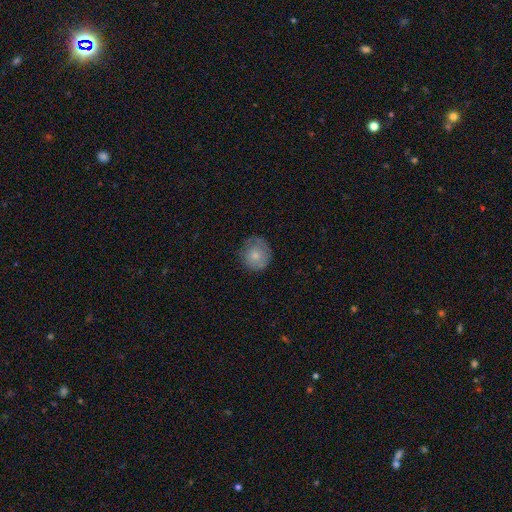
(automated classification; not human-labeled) A smooth galaxy with no disk features (72%) that is round (90%). Merging: none (71%).